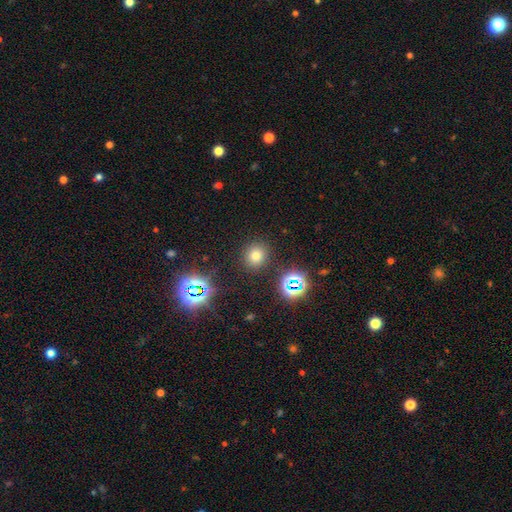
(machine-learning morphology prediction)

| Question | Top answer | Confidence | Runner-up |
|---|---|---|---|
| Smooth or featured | smooth | 68% | star or artifact (24%) |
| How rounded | round | 82% | in between (17%) |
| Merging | none | 88% | minor disturbance (7%) |